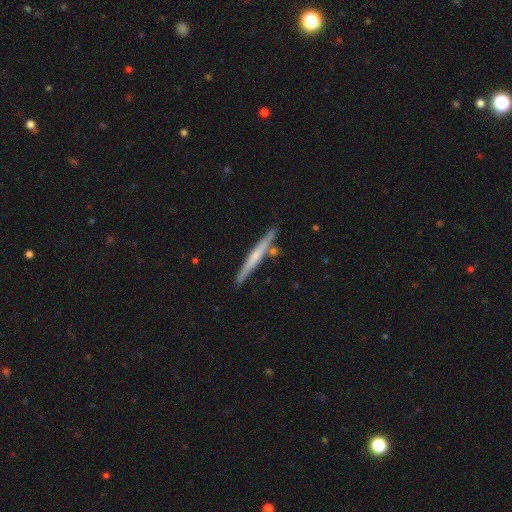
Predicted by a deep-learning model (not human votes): smooth_or_featured: featured or disk (p=0.50) [alt: smooth p=0.44]
disk_edge_on: yes (p=0.97) [alt: no p=0.03]
merging: none (p=0.85) [alt: minor disturbance p=0.09]